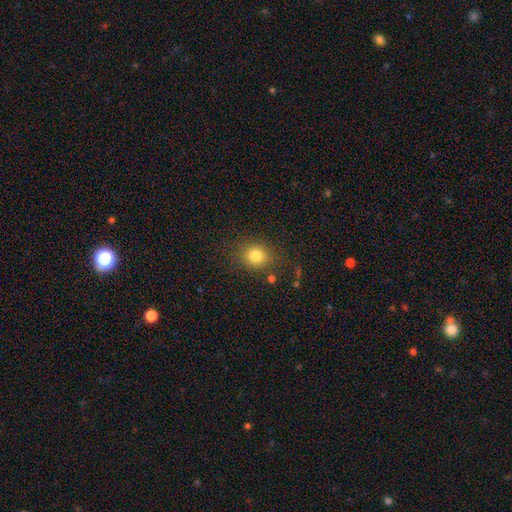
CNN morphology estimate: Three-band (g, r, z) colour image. It shows a smooth galaxy with no disk features (80%) that is round (71%). Merging: none (82%).